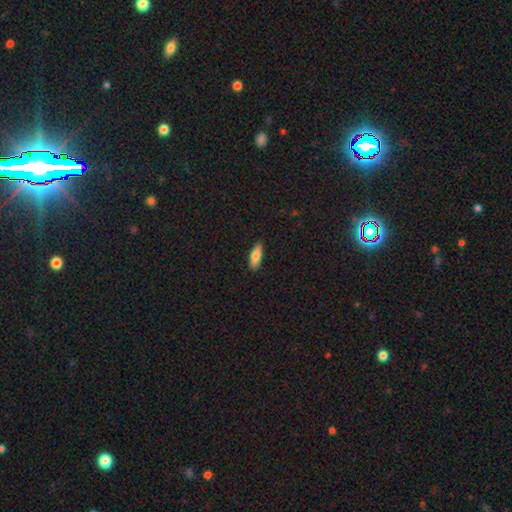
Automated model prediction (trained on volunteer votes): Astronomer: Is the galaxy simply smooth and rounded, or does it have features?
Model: smooth — 79%.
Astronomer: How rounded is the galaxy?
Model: in between — 62%.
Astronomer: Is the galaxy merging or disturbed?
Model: none — 88%.